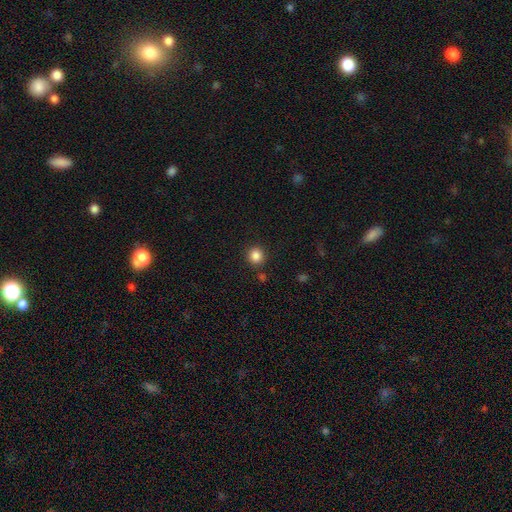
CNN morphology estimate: Q: Smooth or featured?
A: smooth (85%); runner-up: star or artifact (11%)
Q: How rounded?
A: round (92%); runner-up: in between (7%)
Q: Merging?
A: none (88%); runner-up: minor disturbance (6%)